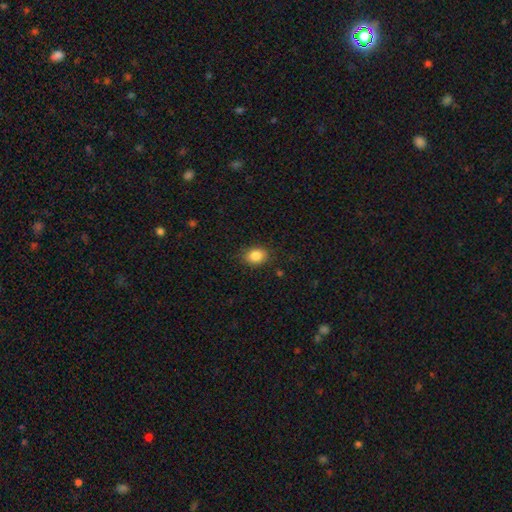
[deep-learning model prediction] This appears to be a smooth galaxy with no disk features (86%) that is in between round and cigar-shaped (61%). Merging: none (84%).